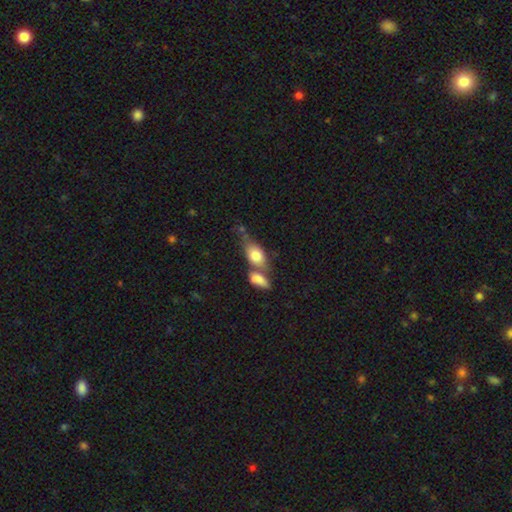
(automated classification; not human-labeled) This is likely a smooth galaxy (78%). How rounded: clearly in between (82%). Merging: possibly merger (55%).